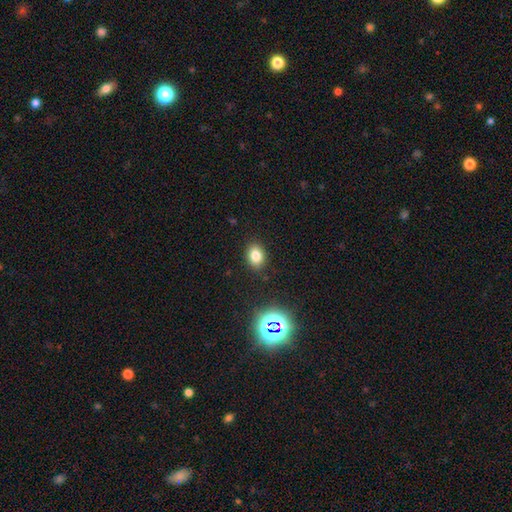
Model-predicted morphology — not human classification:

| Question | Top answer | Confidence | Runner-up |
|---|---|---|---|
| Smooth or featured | smooth | 79% | star or artifact (13%) |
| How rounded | in between | 73% | round (26%) |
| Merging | none | 88% | minor disturbance (8%) |